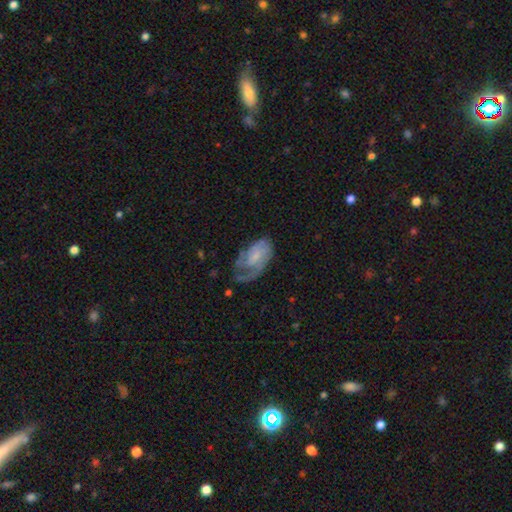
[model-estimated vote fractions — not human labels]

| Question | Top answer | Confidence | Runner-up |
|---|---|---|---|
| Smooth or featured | featured or disk | 66% | smooth (27%) |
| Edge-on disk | no | 96% | yes (4%) |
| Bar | no | 56% | weak (36%) |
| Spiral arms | yes | 86% | no (14%) |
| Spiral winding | tight | 40% | medium (39%) |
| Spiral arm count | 1 | 40% | 2 (29%) |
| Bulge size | small | 59% | moderate (19%) |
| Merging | none | 40% | major disturbance (29%) |